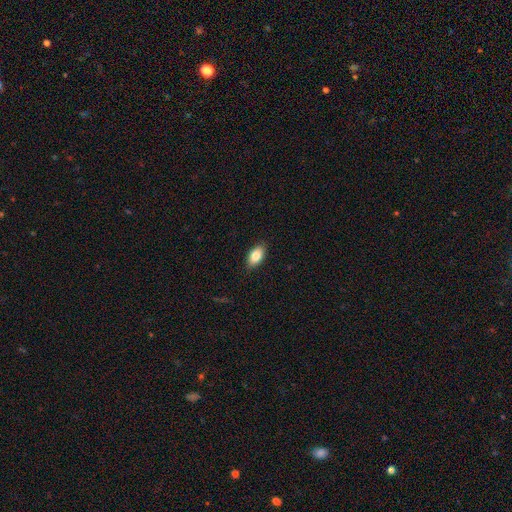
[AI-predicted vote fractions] smooth_or_featured: smooth (p=0.84) [alt: featured or disk p=0.09]
how_rounded: in between (p=0.92) [alt: round p=0.05]
merging: none (p=0.87) [alt: minor disturbance p=0.10]